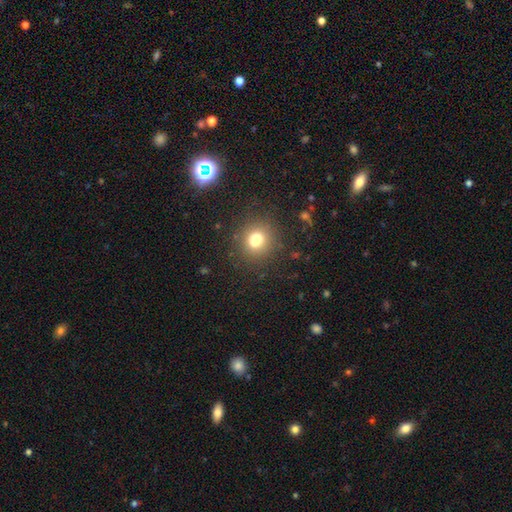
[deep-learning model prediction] This is likely a smooth galaxy (64%). How rounded: clearly round (93%). Merging: clearly none (91%).